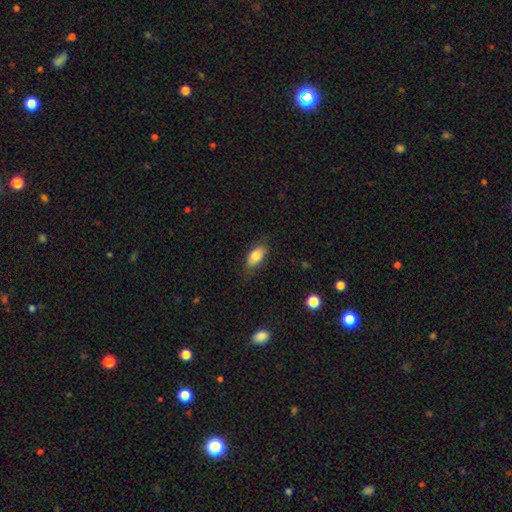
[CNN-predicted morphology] This appears to be a smooth galaxy with no disk features (82%) that is in between round and cigar-shaped (87%). Merging: none (76%).